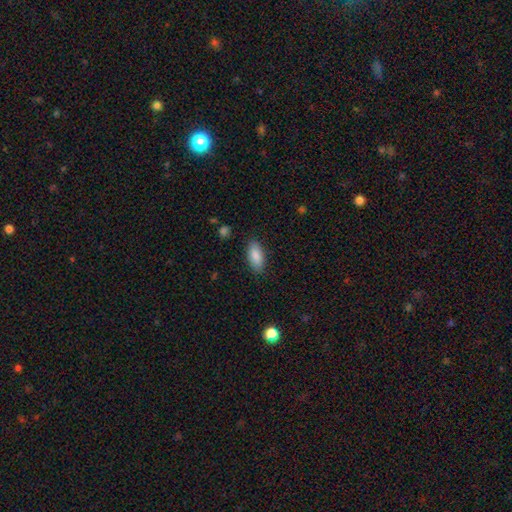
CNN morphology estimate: This is clearly a smooth galaxy (87%). How rounded: clearly in between (86%). Merging: clearly none (86%).